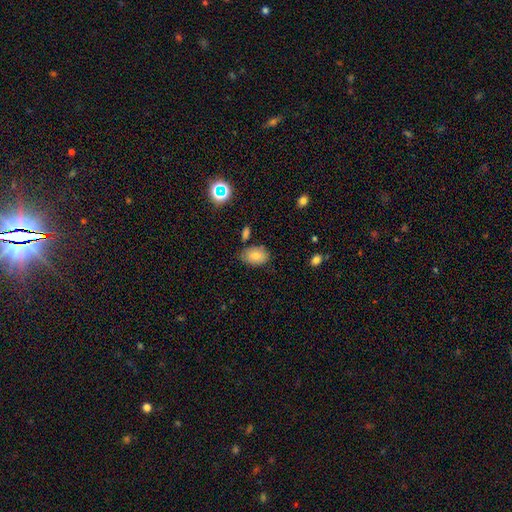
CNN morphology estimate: Smooth or featured?
  - smooth: 79% *
  - featured or disk: 12%
  - star or artifact: 10%
How rounded?
  - in between: 85% *
  - round: 14%
  - cigar-shaped: 1%
Merging?
  - none: 72% *
  - minor disturbance: 18%
  - merger: 5%
  - major disturbance: 4%